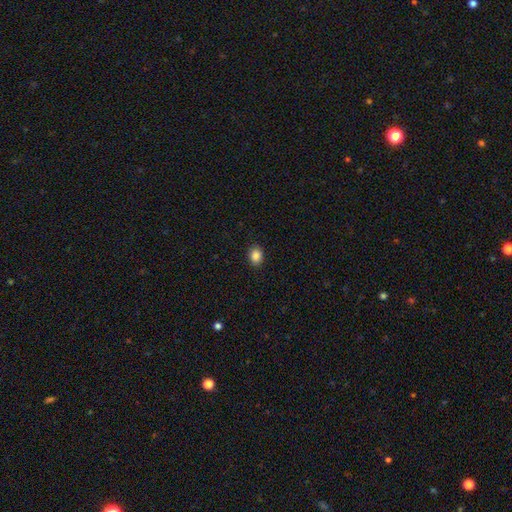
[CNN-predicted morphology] Smooth or featured: smooth — 87% (star or artifact — 9%)
How rounded: in between — 57% (round — 42%)
Merging: none — 90% (minor disturbance — 7%)